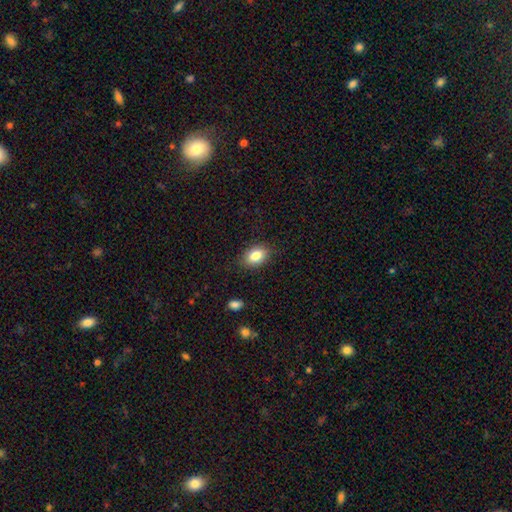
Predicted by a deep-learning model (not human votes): Smooth or featured: smooth — 83% (featured or disk — 8%)
How rounded: in between — 83% (round — 15%)
Merging: none — 85% (minor disturbance — 11%)